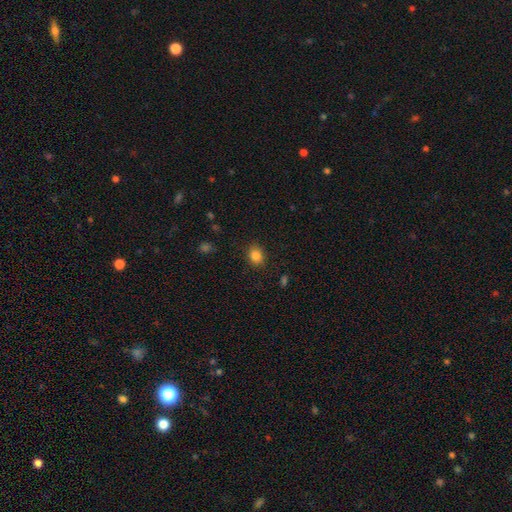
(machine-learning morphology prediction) smooth 84%, star or artifact 11%, featured or disk 5%. Down the decision tree: how rounded — round (60%); merging — none (88%).